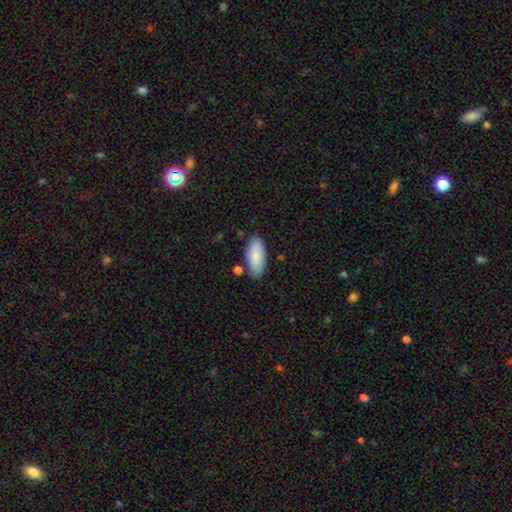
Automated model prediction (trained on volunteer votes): smooth-or-featured: smooth: 83% | featured or disk: 11% | star or artifact: 6%
  how-rounded: in between: 87% | cigar-shaped: 11% | round: 2%
  merging: none: 77% | minor disturbance: 15% | merger: 5% | major disturbance: 3%